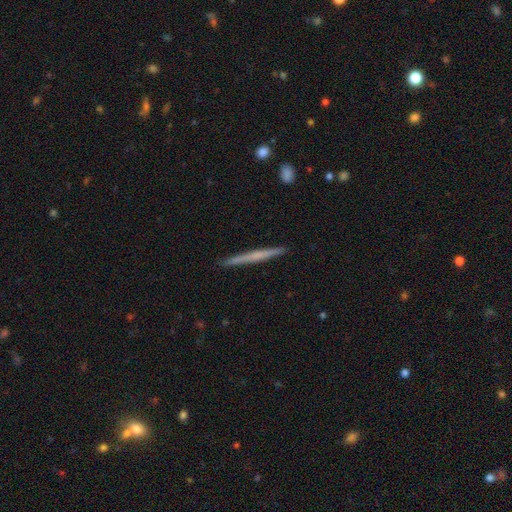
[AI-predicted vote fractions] smooth_or_featured: featured or disk (p=0.51) [alt: smooth p=0.43]
disk_edge_on: yes (p=0.98) [alt: no p=0.02]
edge_on_bulge: none (p=0.77) [alt: rounded p=0.17]
merging: none (p=0.92) [alt: minor disturbance p=0.06]